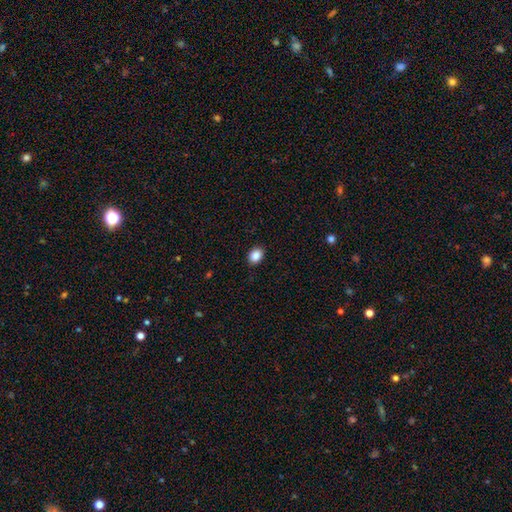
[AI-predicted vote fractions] Smooth or featured? smooth (88%)
How rounded? in between (61%)
Merging? none (90%)